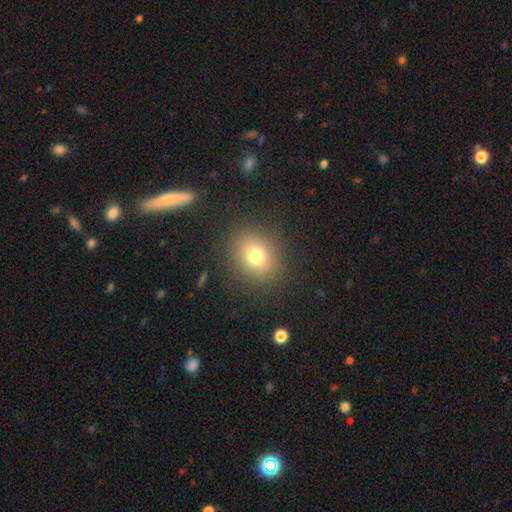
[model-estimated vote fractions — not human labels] Q: Smooth or featured?
A: smooth (76%); runner-up: star or artifact (13%)
Q: How rounded?
A: round (59%); runner-up: in between (40%)
Q: Merging?
A: none (87%); runner-up: minor disturbance (8%)